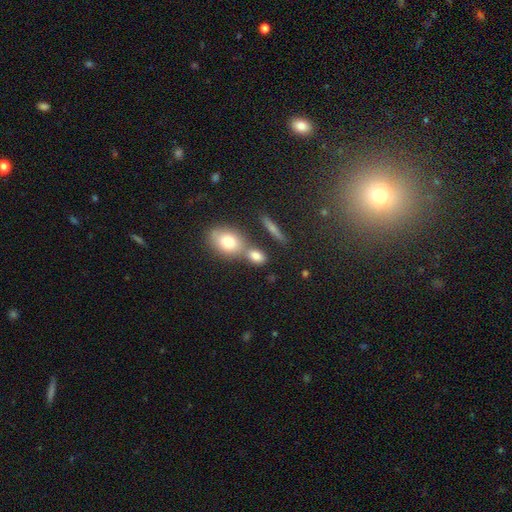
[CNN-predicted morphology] Smooth or featured?
  - smooth: 76% *
  - featured or disk: 12%
  - star or artifact: 11%
How rounded?
  - in between: 64% *
  - round: 30%
  - cigar-shaped: 6%
Merging?
  - none: 51% *
  - merger: 35%
  - minor disturbance: 10%
  - major disturbance: 4%